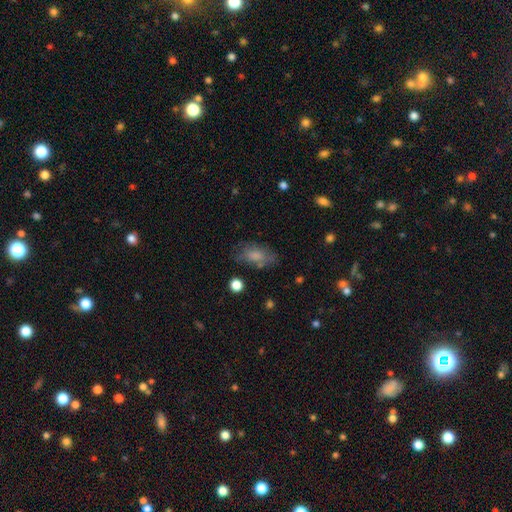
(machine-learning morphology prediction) This appears to be a smooth galaxy with no disk features (74%) that is in between round and cigar-shaped (89%). Merging: none (61%).